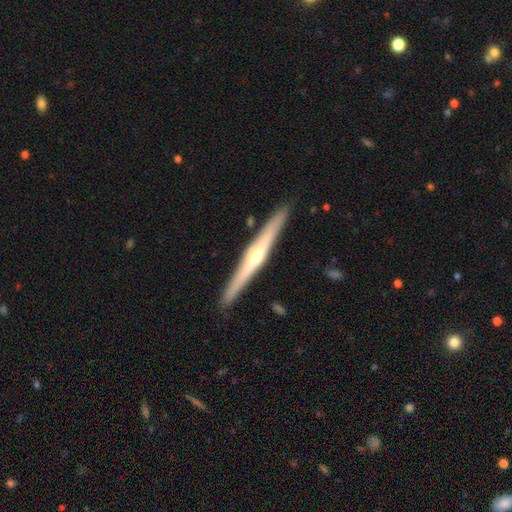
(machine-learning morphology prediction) Smooth or featured? featured or disk (74%)
Edge-on disk? yes (98%)
Edge-on bulge? rounded (81%)
Merging? none (91%)